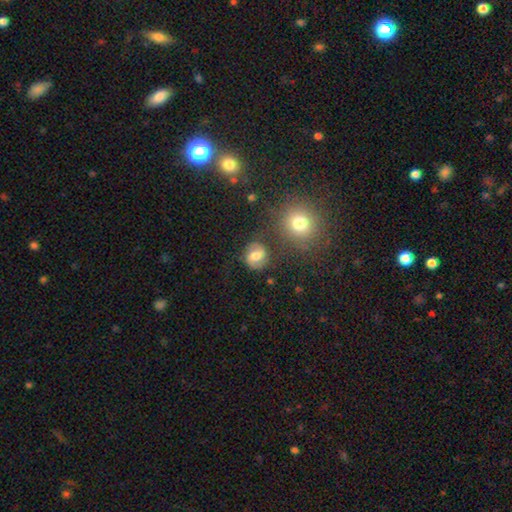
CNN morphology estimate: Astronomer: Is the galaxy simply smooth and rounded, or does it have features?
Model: featured or disk — 47% (runner-up: smooth, 44%).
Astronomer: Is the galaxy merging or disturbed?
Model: none — 76%.